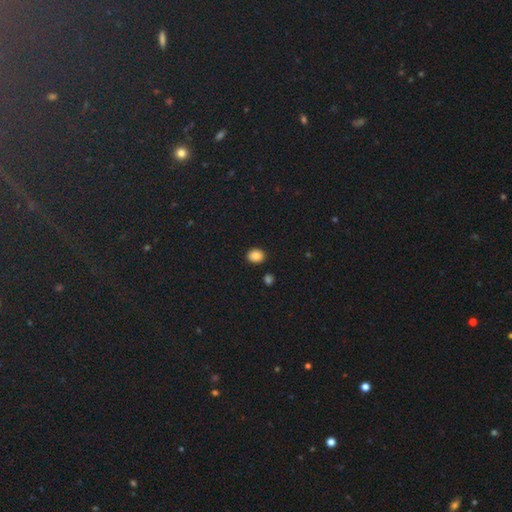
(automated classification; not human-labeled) This appears to be a smooth galaxy with no disk features (85%) that is round (62%). Merging: none (90%).